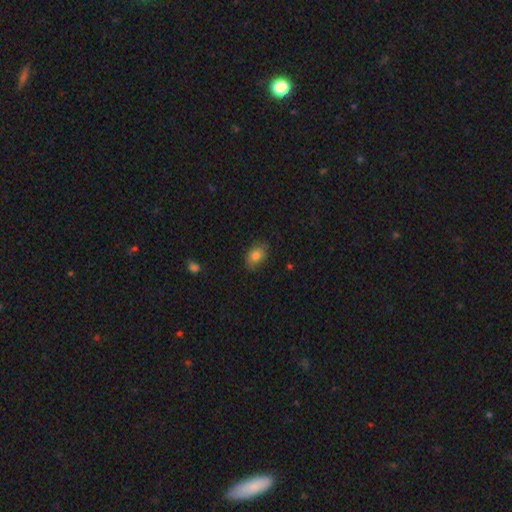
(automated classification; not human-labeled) Morphology: type=smooth (82%); roundness=in between (81%); merging=none (81%).